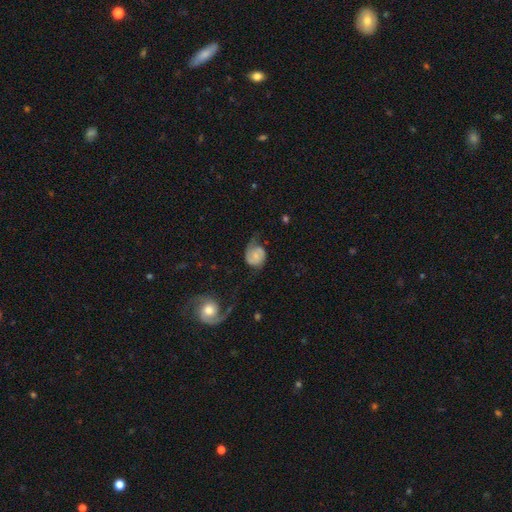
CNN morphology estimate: This is possibly a featured or disk galaxy (59%). It is clearly not viewed edge-on (97%). Bar: likely no (69%). Spiral arm pattern: clearly yes (90%). Spiral arm count: likely 2 (65%). Spiral winding: marginally medium (39%). Central bulge: possibly small (55%). Merging: possibly none (47%).